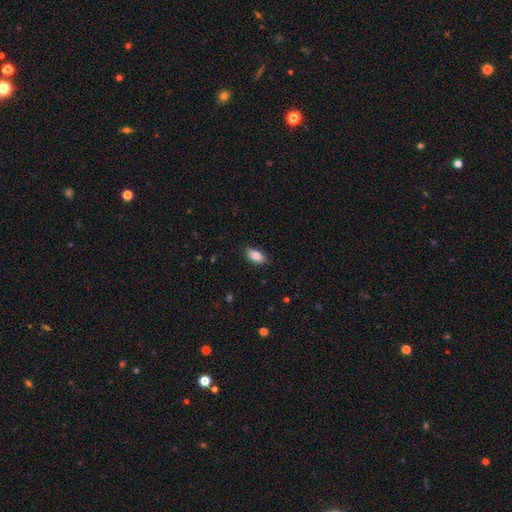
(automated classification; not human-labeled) This is clearly a smooth galaxy (86%). How rounded: clearly in between (92%). Merging: clearly none (87%).